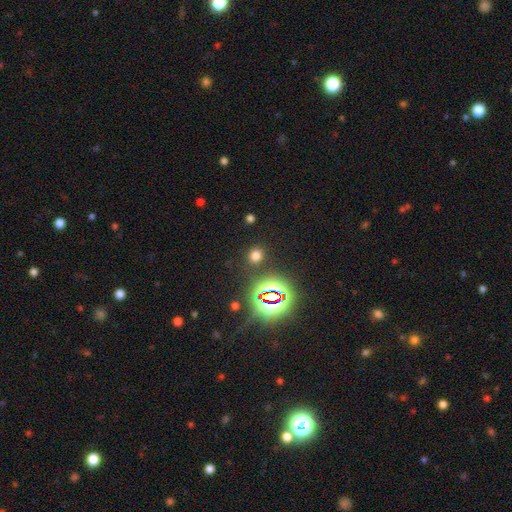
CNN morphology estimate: smooth_or_featured: smooth (p=0.65) [alt: star or artifact p=0.29]
how_rounded: round (p=0.79) [alt: in between p=0.20]
merging: none (p=0.86) [alt: minor disturbance p=0.07]